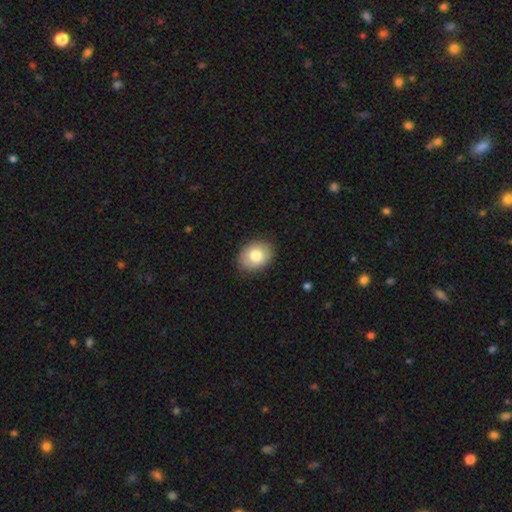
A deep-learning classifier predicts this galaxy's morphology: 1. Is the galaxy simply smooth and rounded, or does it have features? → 78% smooth, 14% featured or disk, 7% star or artifact.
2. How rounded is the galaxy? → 60% in between, 39% round, 1% cigar-shaped.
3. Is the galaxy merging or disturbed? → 86% none, 11% minor disturbance, 2% major disturbance, 1% merger.